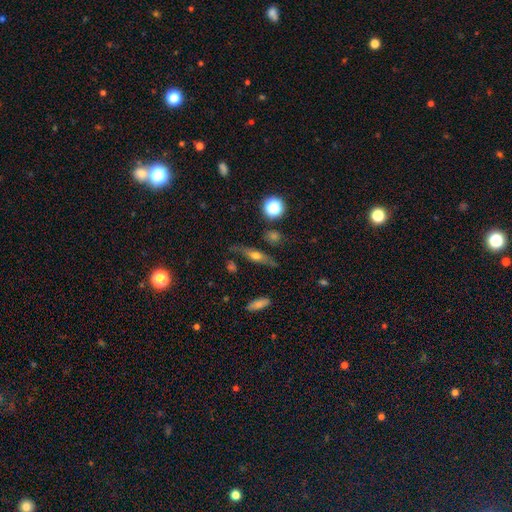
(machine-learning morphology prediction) Smooth or featured?
  - featured or disk: 49% *
  - smooth: 41%
  - star or artifact: 10%
Merging?
  - none: 74% *
  - minor disturbance: 17%
  - major disturbance: 5%
  - merger: 3%